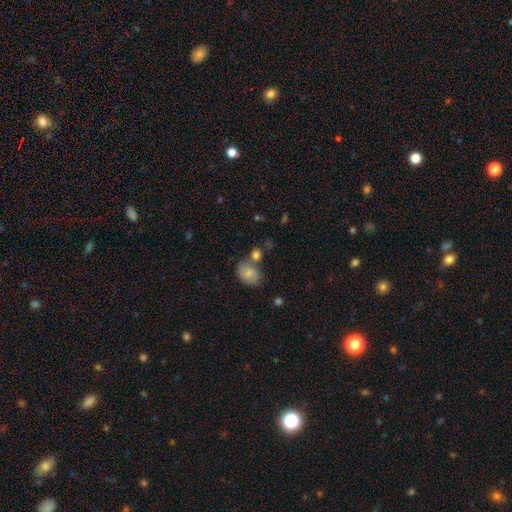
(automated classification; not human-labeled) smooth 79%, featured or disk 11%, star or artifact 10%. Down the decision tree: how rounded — in between (53%); merging — none (50%).